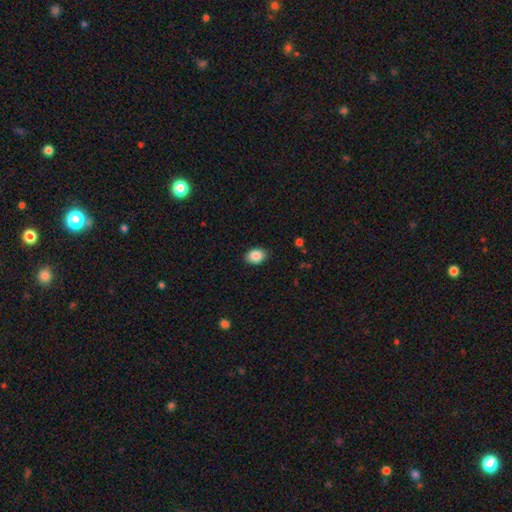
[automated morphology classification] This appears to be a smooth galaxy with no disk features (87%) that is in between round and cigar-shaped (68%). Merging: none (88%).